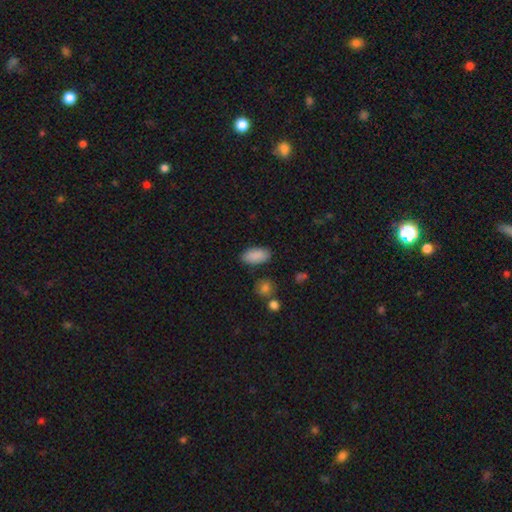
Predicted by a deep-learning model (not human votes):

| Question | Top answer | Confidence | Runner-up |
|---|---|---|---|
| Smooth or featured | smooth | 89% | star or artifact (7%) |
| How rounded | in between | 92% | cigar-shaped (5%) |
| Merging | none | 86% | minor disturbance (9%) |